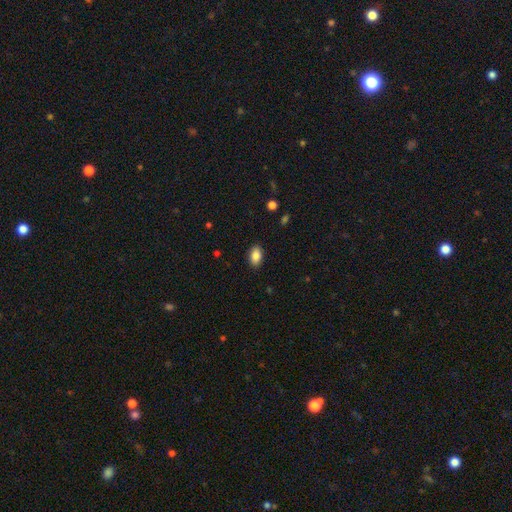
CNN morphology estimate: smooth_or_featured: smooth (p=0.87) [alt: star or artifact p=0.08]
how_rounded: in between (p=0.89) [alt: round p=0.09]
merging: none (p=0.89) [alt: minor disturbance p=0.08]